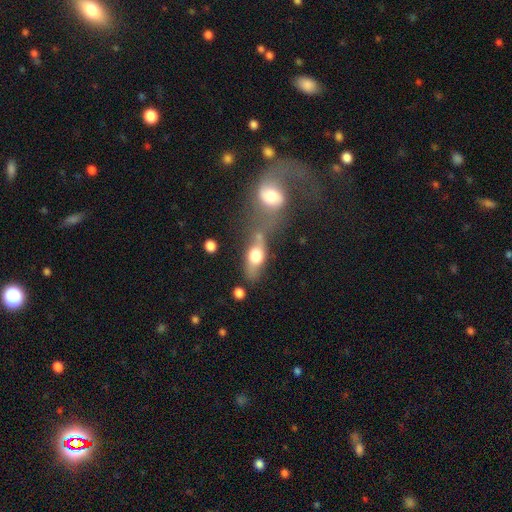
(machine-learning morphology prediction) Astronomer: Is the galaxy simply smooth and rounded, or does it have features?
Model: smooth — 61%.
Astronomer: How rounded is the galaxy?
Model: in between — 68%.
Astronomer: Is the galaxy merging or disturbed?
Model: none — 45% (runner-up: merger, 31%).